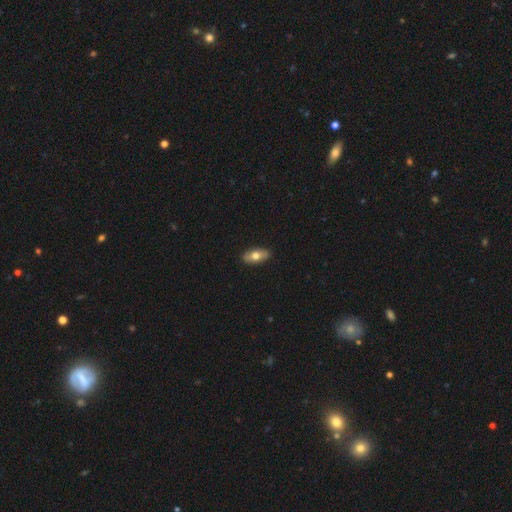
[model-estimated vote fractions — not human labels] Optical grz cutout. It shows a smooth galaxy with no disk features (67%) that is in between round and cigar-shaped (86%). Merging: none (89%).